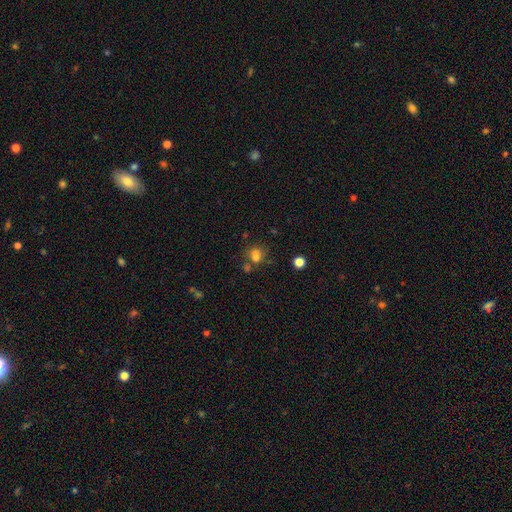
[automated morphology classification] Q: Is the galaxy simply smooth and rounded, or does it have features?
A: smooth — 70%.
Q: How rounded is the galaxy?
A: round — 61%.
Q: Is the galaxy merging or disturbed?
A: none — 51%.